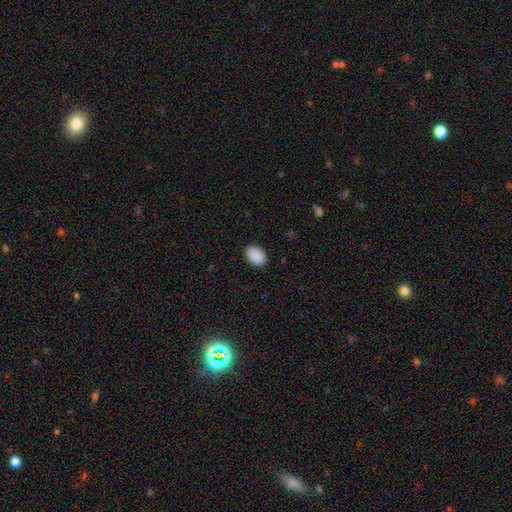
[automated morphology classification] Q: Smooth or featured?
A: smooth (91%); runner-up: star or artifact (7%)
Q: How rounded?
A: in between (83%); runner-up: round (16%)
Q: Merging?
A: none (89%); runner-up: minor disturbance (8%)